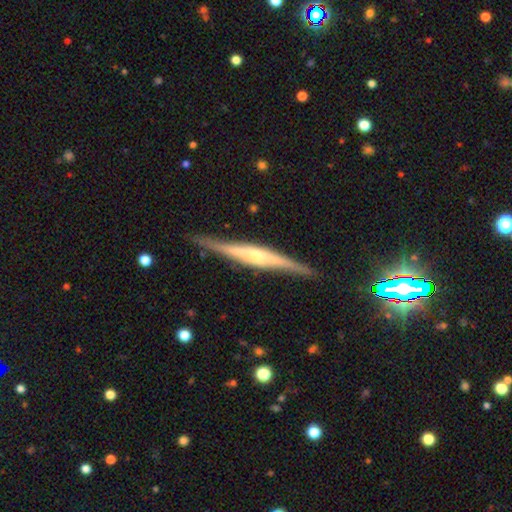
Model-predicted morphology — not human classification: Smooth or featured: featured or disk — 80% (smooth — 15%)
Edge-on disk: yes — 97% (no — 3%)
Edge-on bulge: rounded — 69% (boxy — 18%)
Merging: none — 87% (minor disturbance — 10%)